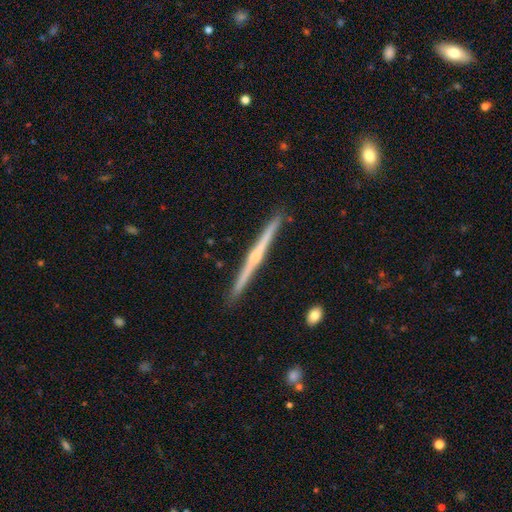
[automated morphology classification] Overall: featured or disk (81%). Edge-on disk: yes (99%). Edge-on bulge: rounded (74%). Merging: none (92%).